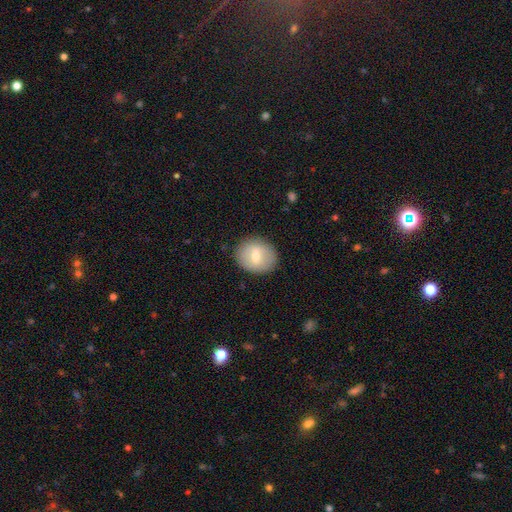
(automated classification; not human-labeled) Overall: smooth (62%; featured or disk 31%). How rounded: round (68%; in between 31%). Merging: none (87%).